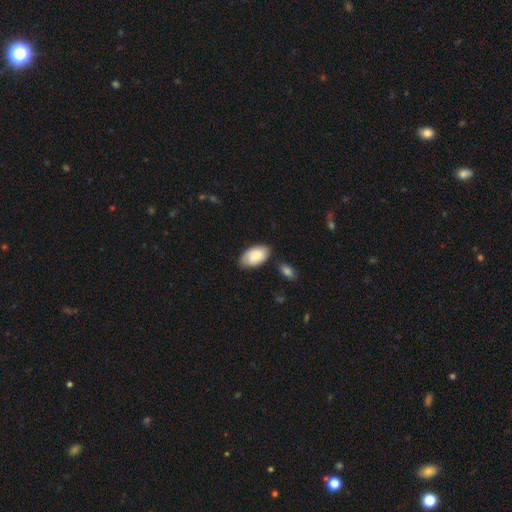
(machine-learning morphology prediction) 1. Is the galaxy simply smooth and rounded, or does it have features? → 76% smooth, 18% featured or disk, 6% star or artifact.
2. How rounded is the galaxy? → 95% in between, 4% round, 2% cigar-shaped.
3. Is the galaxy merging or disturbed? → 71% none, 20% minor disturbance, 5% merger, 4% major disturbance.